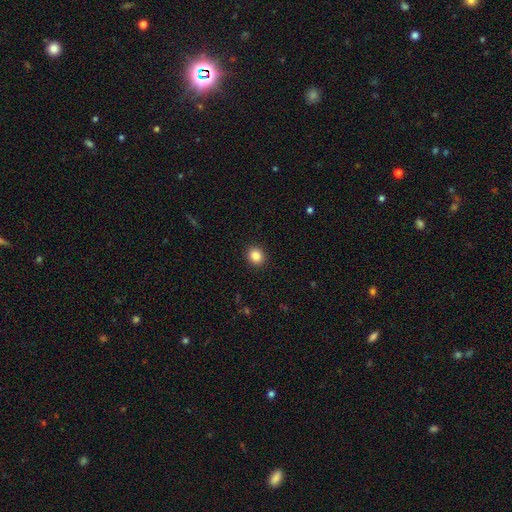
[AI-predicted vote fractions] A smooth galaxy with no disk features (85%) that is round (80%).

Vote fractions:
- Smooth or featured? smooth: 85% / star or artifact: 11% / featured or disk: 5%
- How rounded? round: 80% / in between: 19% / cigar-shaped: 1%
- Merging? none: 92% / minor disturbance: 5% / major disturbance: 2% / merger: 1%